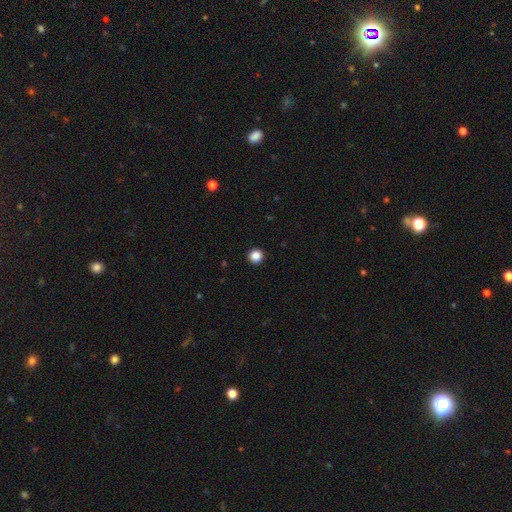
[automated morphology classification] The model was most divided on "smooth or featured": smooth: 87%, star or artifact: 11%, featured or disk: 3%. More confident: how rounded — round (96%); merging — none (94%).